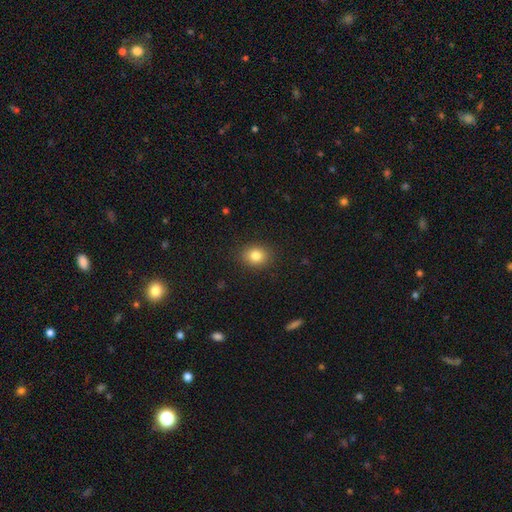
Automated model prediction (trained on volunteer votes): Overall: smooth (83%). How rounded: round (55%; in between 44%). Merging: none (89%).